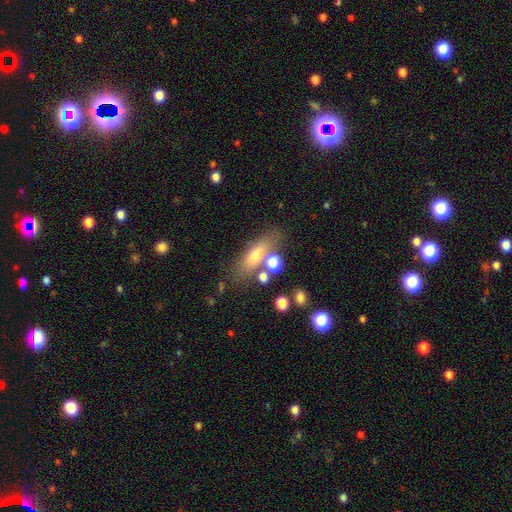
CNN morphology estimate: smooth-or-featured: smooth: 63% | featured or disk: 26% | star or artifact: 11%
  how-rounded: in between: 52% | cigar-shaped: 40% | round: 8%
  merging: none: 63% | merger: 16% | minor disturbance: 14% | major disturbance: 7%